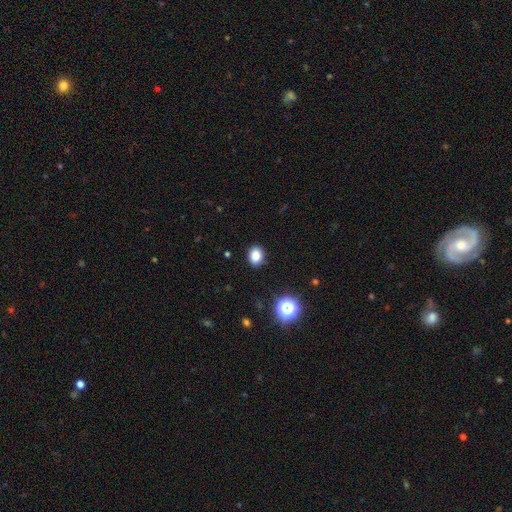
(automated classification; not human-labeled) smooth 84%, star or artifact 12%, featured or disk 4%. Down the decision tree: how rounded — in between (53%); merging — none (89%).